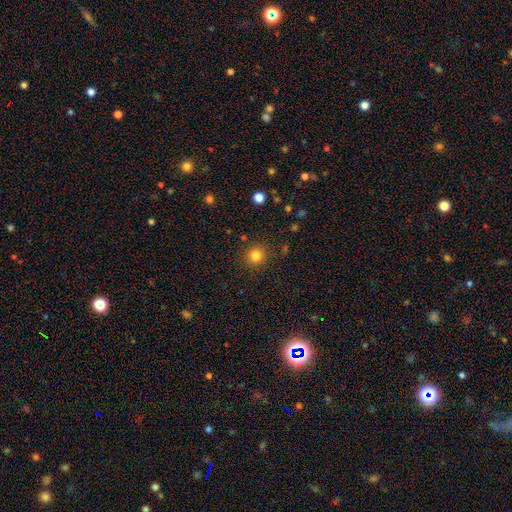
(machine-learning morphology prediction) This is clearly a smooth galaxy (82%). How rounded: clearly round (91%). Merging: clearly none (89%).